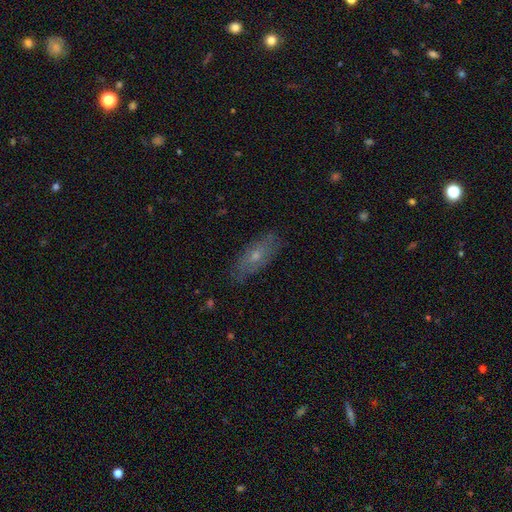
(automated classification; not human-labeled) Smooth or featured: smooth — 48% (featured or disk — 43%)
Merging: none — 81% (minor disturbance — 15%)